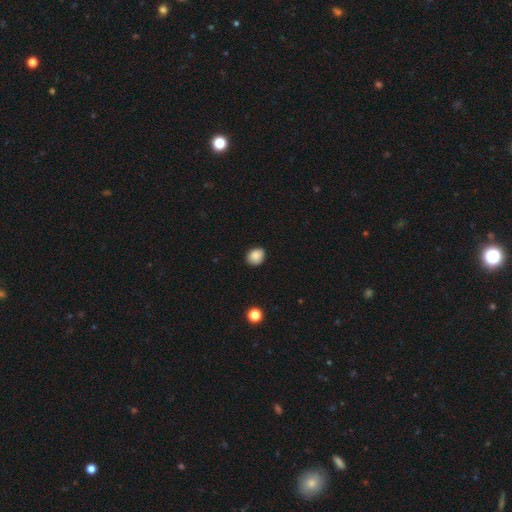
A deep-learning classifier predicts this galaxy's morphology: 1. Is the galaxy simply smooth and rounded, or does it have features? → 87% smooth, 9% star or artifact, 4% featured or disk.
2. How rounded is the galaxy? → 51% round, 48% in between, 1% cigar-shaped.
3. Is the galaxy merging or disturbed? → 84% none, 13% minor disturbance, 2% major disturbance, 1% merger.